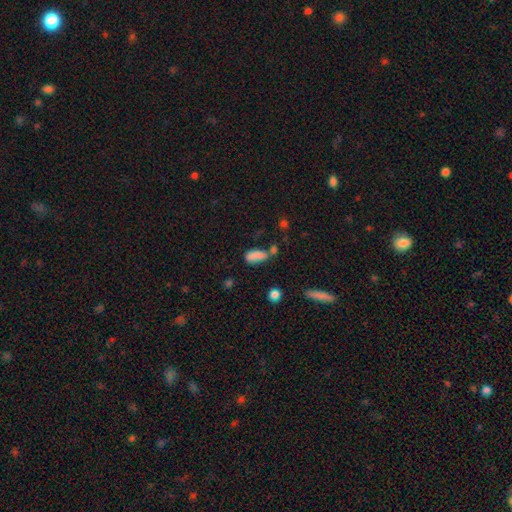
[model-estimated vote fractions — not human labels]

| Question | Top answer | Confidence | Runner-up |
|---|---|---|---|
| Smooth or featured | smooth | 80% | star or artifact (11%) |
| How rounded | in between | 82% | cigar-shaped (14%) |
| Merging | none | 45% | minor disturbance (24%) |